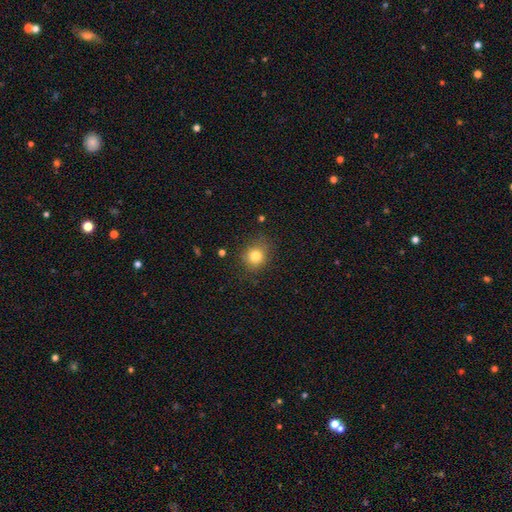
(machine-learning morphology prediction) The model was most divided on "how rounded": round: 78%, in between: 21%, cigar-shaped: 1%. More confident: merging — none (81%); smooth or featured — smooth (80%).